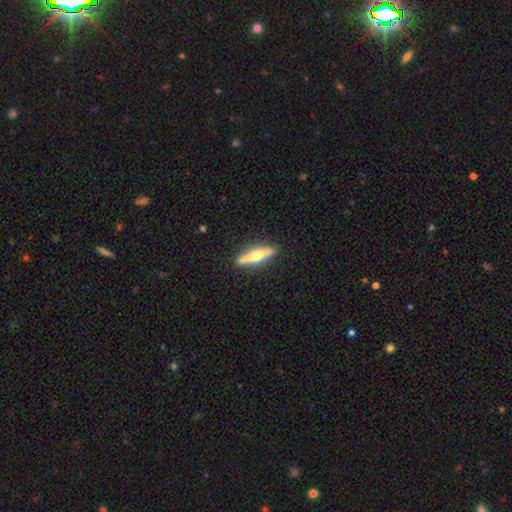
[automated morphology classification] Overall: featured or disk (63%; smooth 32%). Edge-on disk: yes (96%). Edge-on bulge: rounded (94%). Merging: none (90%).